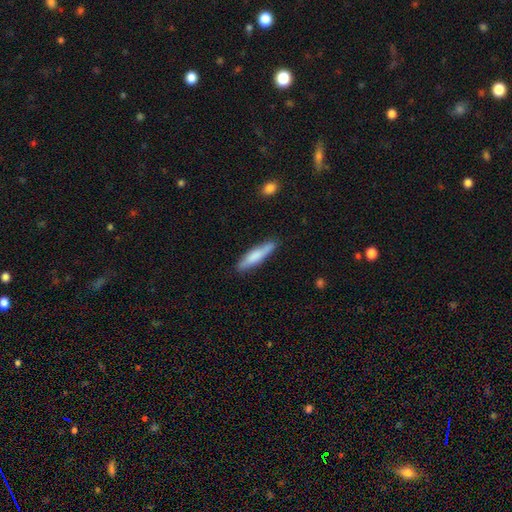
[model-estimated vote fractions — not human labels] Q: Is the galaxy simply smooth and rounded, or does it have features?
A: smooth — 72%.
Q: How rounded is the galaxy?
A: cigar-shaped — 84%.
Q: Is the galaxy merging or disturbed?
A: none — 83%.